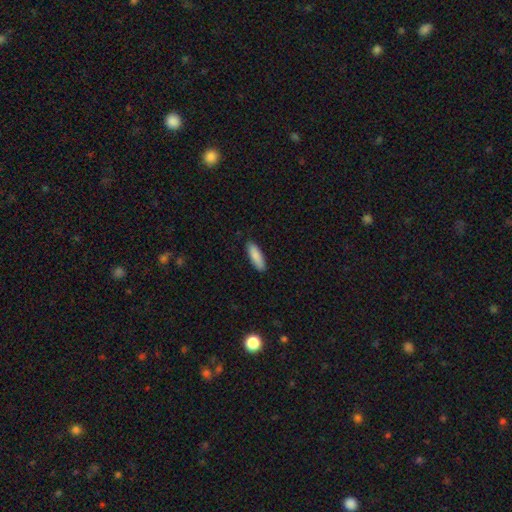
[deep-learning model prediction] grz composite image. It shows a smooth galaxy with no disk features (88%) that is in between round and cigar-shaped (51%). Merging: none (89%).